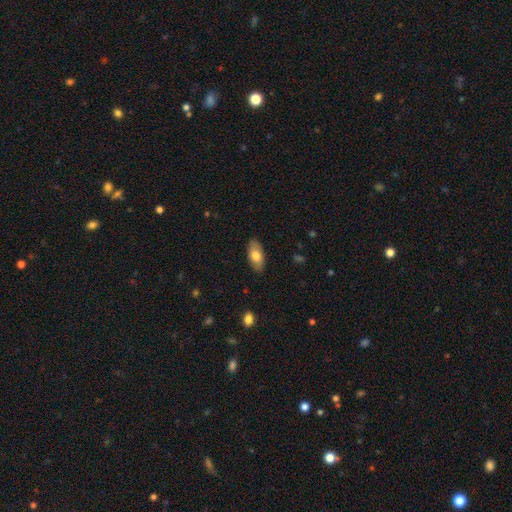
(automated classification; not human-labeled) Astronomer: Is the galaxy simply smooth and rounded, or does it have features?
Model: smooth — 75%.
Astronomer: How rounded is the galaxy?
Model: in between — 89%.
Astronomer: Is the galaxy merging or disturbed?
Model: none — 86%.